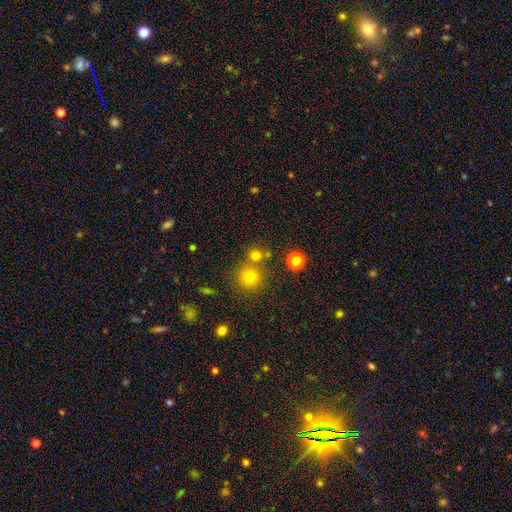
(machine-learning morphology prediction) This is likely a smooth galaxy (74%). How rounded: clearly round (89%). Merging: likely none (68%).